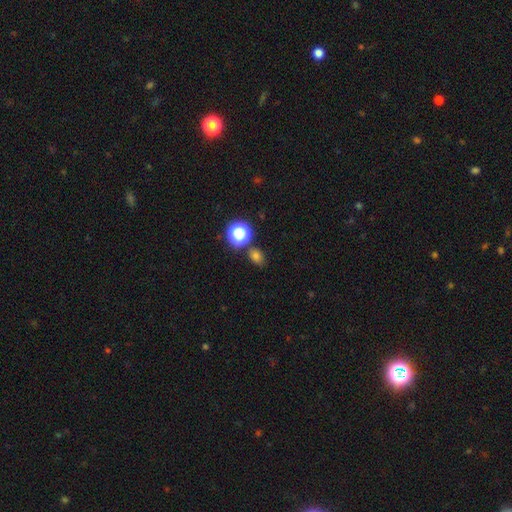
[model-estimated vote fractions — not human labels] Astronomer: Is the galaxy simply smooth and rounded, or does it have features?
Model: smooth — 73%.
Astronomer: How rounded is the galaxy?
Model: in between — 55% (runner-up: round, 44%).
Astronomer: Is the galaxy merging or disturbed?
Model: none — 77%.